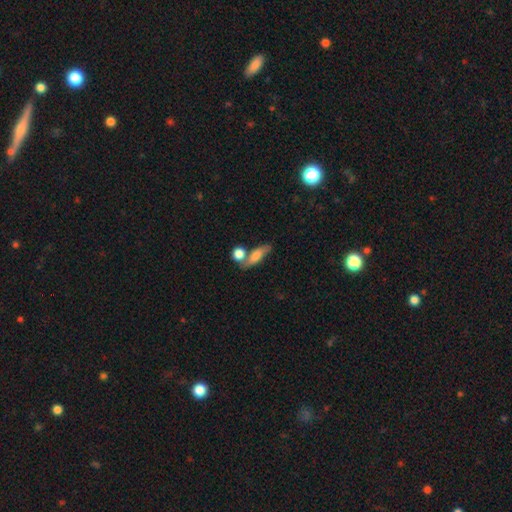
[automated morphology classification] smooth-or-featured: smooth: 68% | featured or disk: 23% | star or artifact: 9%
  how-rounded: in between: 55% | cigar-shaped: 33% | round: 12%
  merging: none: 48% | merger: 30% | minor disturbance: 15% | major disturbance: 7%